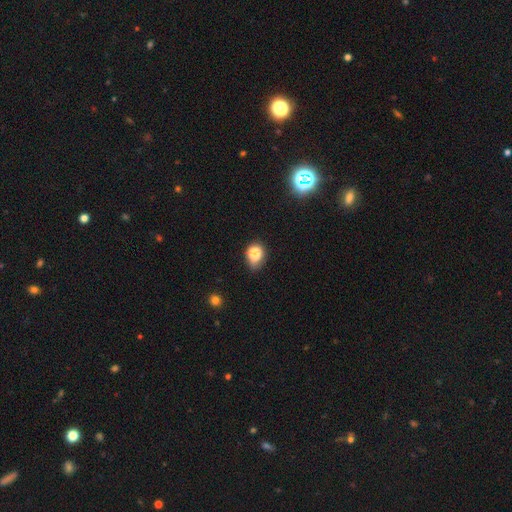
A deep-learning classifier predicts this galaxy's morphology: Q: Smooth or featured?
A: smooth (77%); runner-up: star or artifact (14%)
Q: How rounded?
A: in between (52%); runner-up: round (47%)
Q: Merging?
A: none (61%); runner-up: minor disturbance (29%)